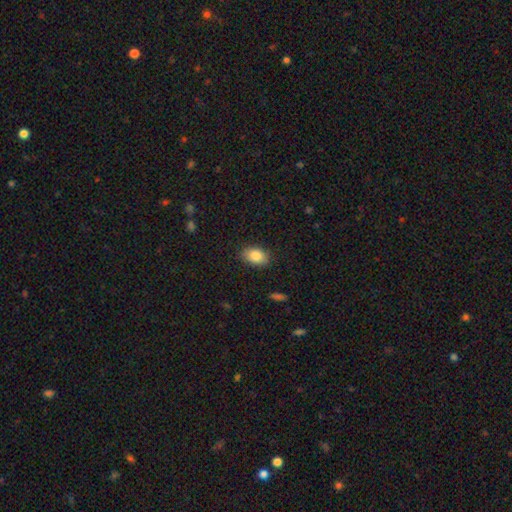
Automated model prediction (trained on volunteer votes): A smooth galaxy with no disk features (85%) that is in between round and cigar-shaped (86%). Merging: none (85%).